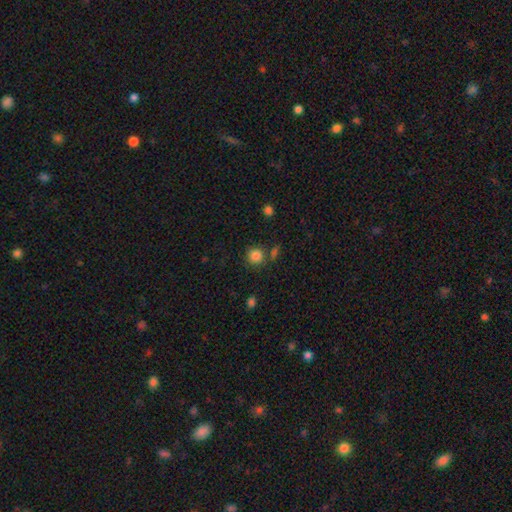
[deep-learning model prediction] This appears to be a smooth galaxy with no disk features (85%) that is round (90%). Merging: none (75%).